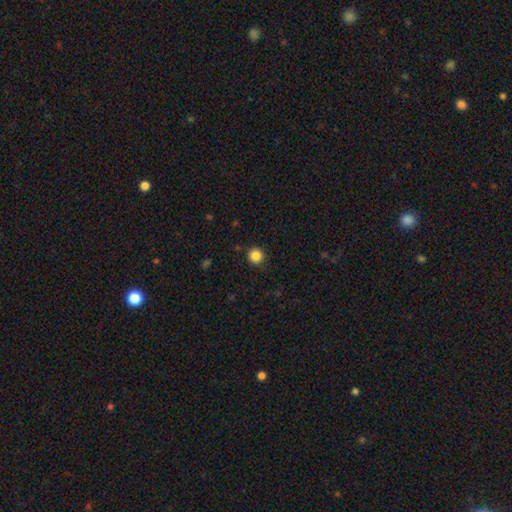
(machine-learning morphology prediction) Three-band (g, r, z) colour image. It shows a smooth galaxy with no disk features (85%) that is round (94%). Merging: none (90%).